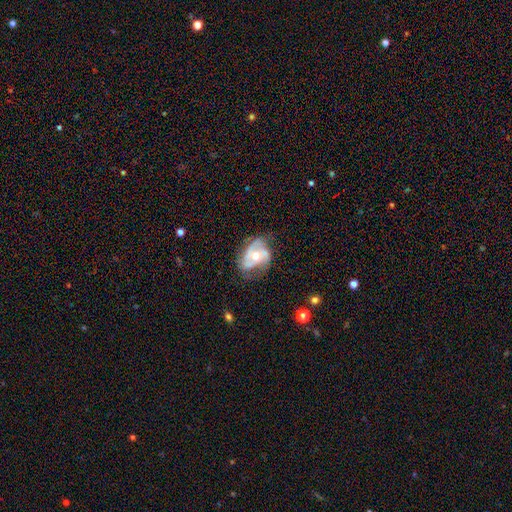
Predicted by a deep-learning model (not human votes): Smooth or featured?
  - featured or disk: 76% *
  - smooth: 17%
  - star or artifact: 7%
Edge-on disk?
  - no: 96% *
  - yes: 4%
Bar?
  - no: 66% *
  - weak: 24%
  - strong: 10%
Spiral arms?
  - yes: 84% *
  - no: 16%
Spiral winding?
  - medium: 43% *
  - tight: 33%
  - loose: 24%
Spiral arm count?
  - 2: 45% *
  - 3: 25%
  - can't tell: 19%
  - 1: 5%
  - 4: 3%
  - more than 4: 2%
Bulge size?
  - moderate: 63% *
  - small: 32%
  - large: 3%
  - none: 1%
  - dominant: 1%
Merging?
  - none: 50% *
  - minor disturbance: 29%
  - major disturbance: 18%
  - merger: 3%